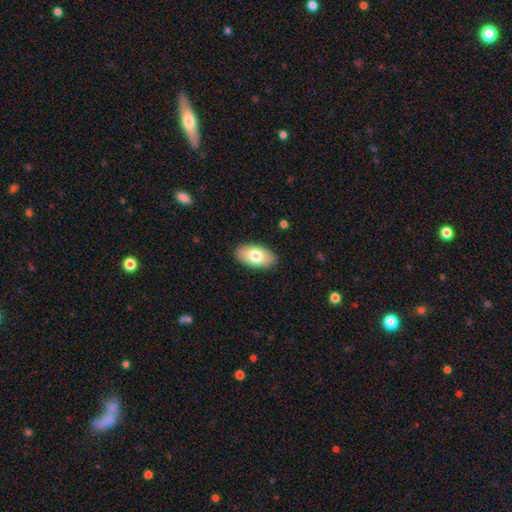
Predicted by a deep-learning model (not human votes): Smooth or featured: smooth — 76% (featured or disk — 18%)
How rounded: in between — 95% (round — 3%)
Merging: none — 89% (minor disturbance — 8%)